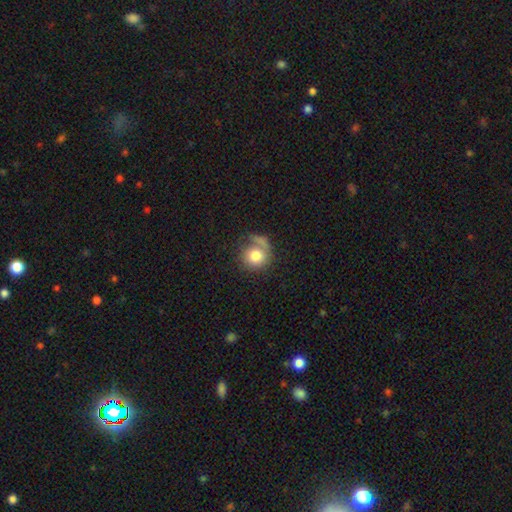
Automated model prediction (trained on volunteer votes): Morphology: type=smooth (75%); roundness=round (86%); merging=none (46%).